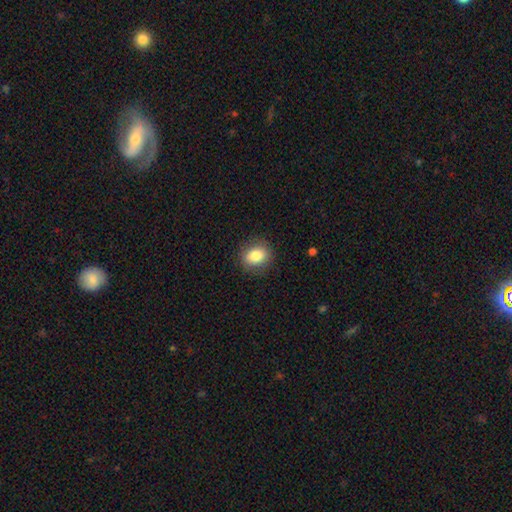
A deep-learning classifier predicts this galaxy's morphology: Smooth or featured? Predicted: smooth (p=0.84). How rounded? Predicted: round (p=0.51). Merging? Predicted: none (p=0.87).